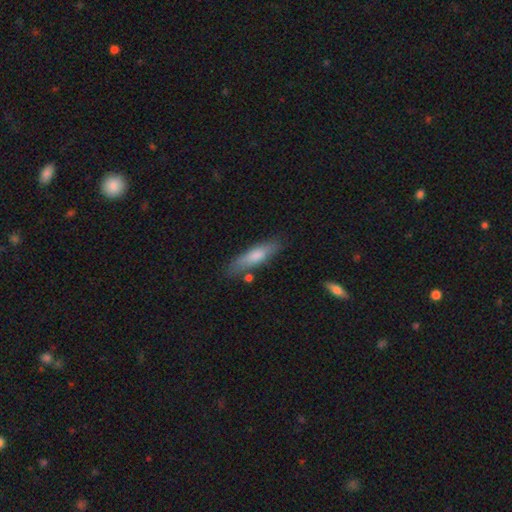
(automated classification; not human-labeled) This appears to be a smooth galaxy with no disk features (72%) that is cigar-shaped (71%). Merging: none (76%).